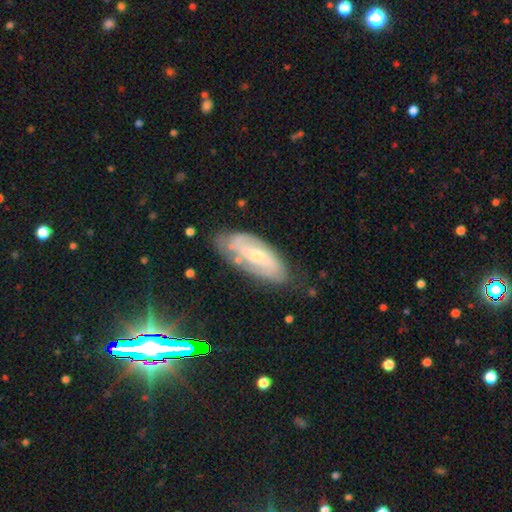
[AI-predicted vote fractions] featured or disk 73%, smooth 19%, star or artifact 9%. Down the decision tree: edge-on disk — no (90%); bar — no (45%); spiral arms — yes (88%); spiral arm count — 2 (59%); spiral winding — tight (43%); bulge size — small (59%); merging — none (72%).